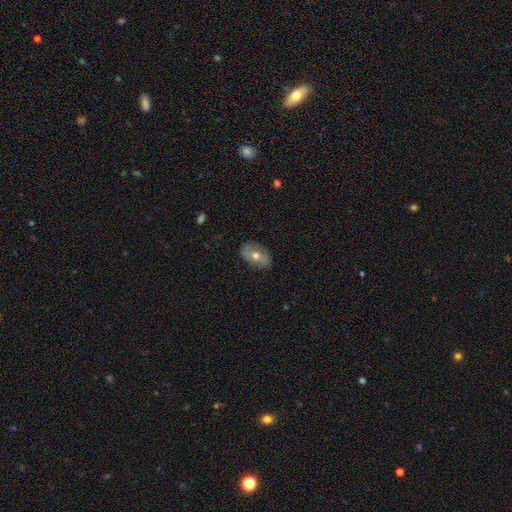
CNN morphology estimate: This is possibly a featured or disk galaxy (46%, tied with smooth). Merging: clearly none (82%).